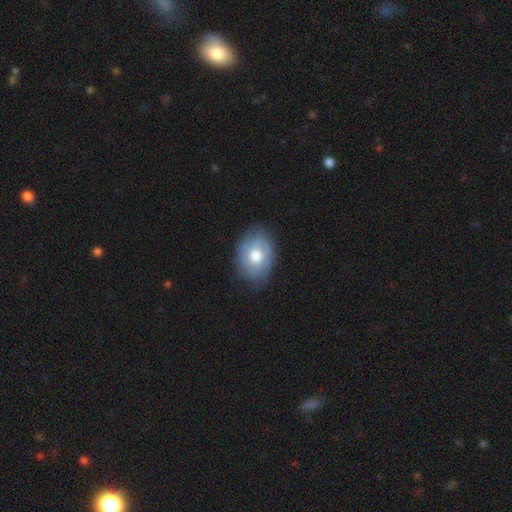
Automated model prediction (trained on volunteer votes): smooth 52%, featured or disk 42%, star or artifact 7%. Down the decision tree: how rounded — in between (70%); merging — none (71%).